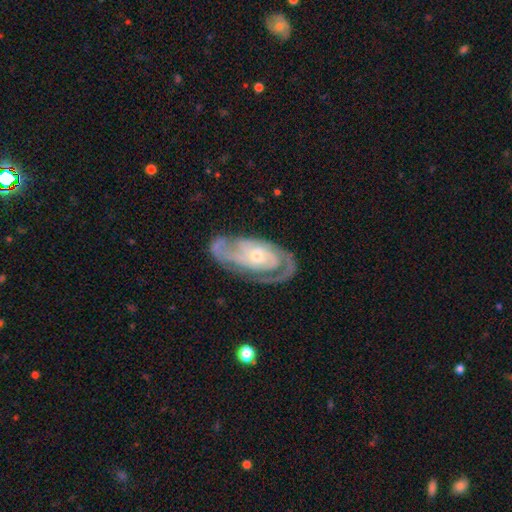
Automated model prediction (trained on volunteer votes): This appears to be a featured or disk galaxy (86%) with no bar (70%), 2 (68%) tight (56%) spiral arms (94%) and a small central bulge (61%). Merging: none (70%).